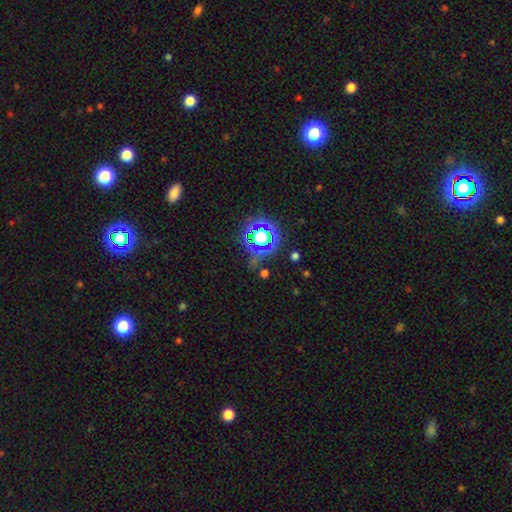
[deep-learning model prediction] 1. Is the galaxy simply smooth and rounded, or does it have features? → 75% star or artifact, 16% smooth, 9% featured or disk.